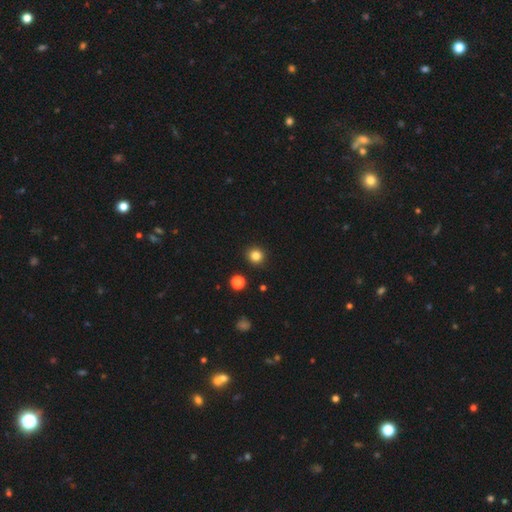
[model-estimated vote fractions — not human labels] Smooth or featured? Predicted: smooth (p=0.84). How rounded? Predicted: round (p=0.92). Merging? Predicted: none (p=0.92).